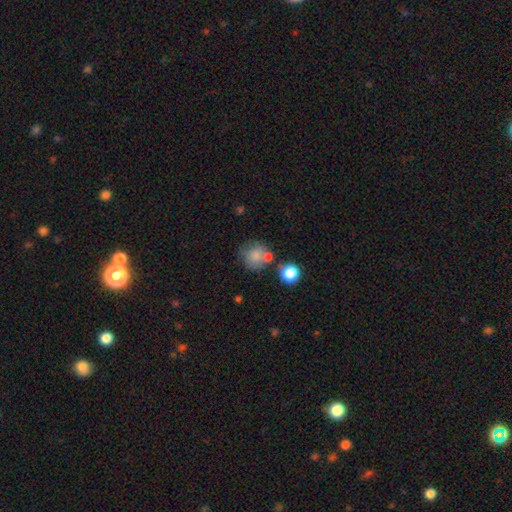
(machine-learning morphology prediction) A smooth galaxy with no disk features (76%) that is round (87%). Merging: none (55%).